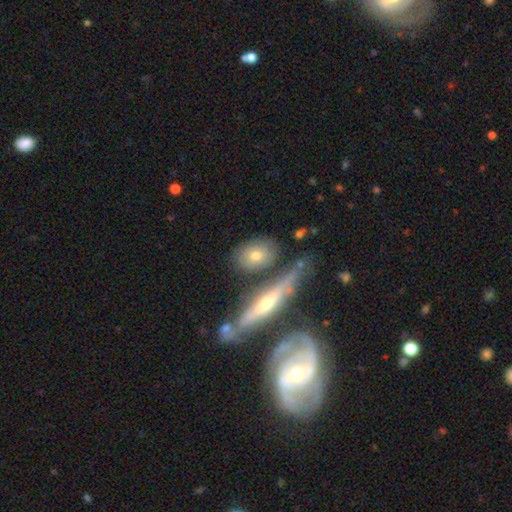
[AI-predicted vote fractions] Overall: smooth (64%; featured or disk 28%). How rounded: in between (61%; round 27%). Merging: none (69%).